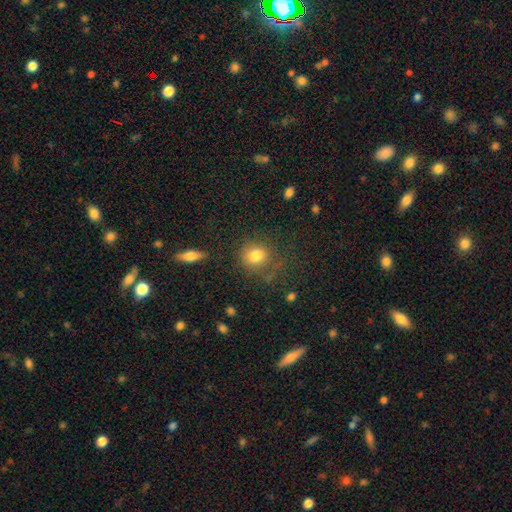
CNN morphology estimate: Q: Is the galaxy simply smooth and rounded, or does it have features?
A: smooth — 80%.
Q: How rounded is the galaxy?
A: round — 73%.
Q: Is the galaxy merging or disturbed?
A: none — 74%.